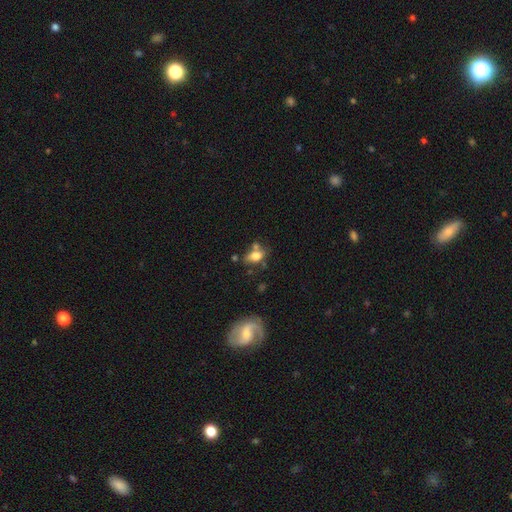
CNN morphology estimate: Smooth or featured? smooth (71%)
How rounded? in between (78%)
Merging? none (48%)